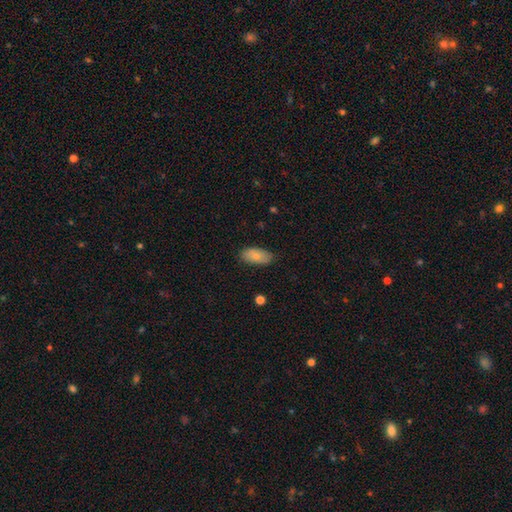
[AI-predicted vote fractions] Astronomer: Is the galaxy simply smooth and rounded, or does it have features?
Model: smooth — 74%.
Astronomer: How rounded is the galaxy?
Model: in between — 92%.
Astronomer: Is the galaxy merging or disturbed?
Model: none — 80%.